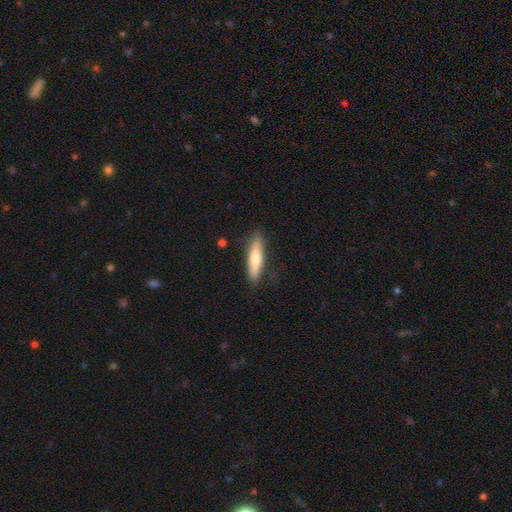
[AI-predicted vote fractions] This is likely a smooth galaxy (66%). How rounded: likely cigar-shaped (79%). Merging: clearly none (85%).